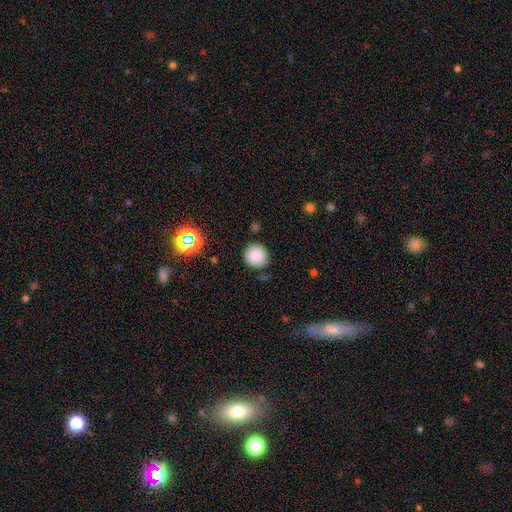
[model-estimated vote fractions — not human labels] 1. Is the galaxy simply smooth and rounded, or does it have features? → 84% smooth, 11% star or artifact, 5% featured or disk.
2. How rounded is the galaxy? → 92% round, 7% in between, 1% cigar-shaped.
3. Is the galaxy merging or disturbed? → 86% none, 9% minor disturbance, 3% major disturbance, 2% merger.